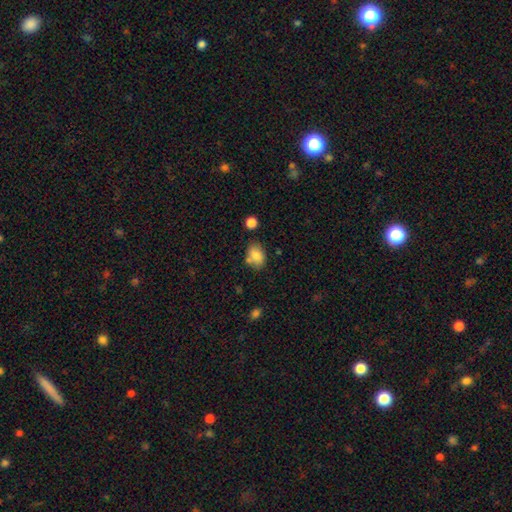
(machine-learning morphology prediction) smooth_or_featured: smooth (p=0.82) [alt: featured or disk p=0.09]
how_rounded: in between (p=0.76) [alt: round p=0.23]
merging: none (p=0.64) [alt: minor disturbance p=0.18]